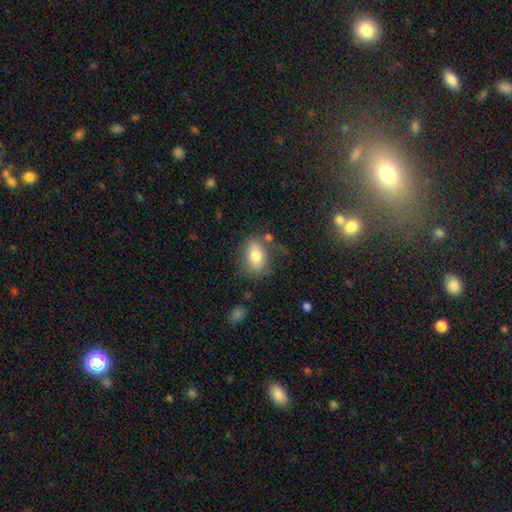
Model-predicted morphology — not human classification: This is likely a smooth galaxy (76%). How rounded: clearly in between (84%). Merging: likely none (67%).